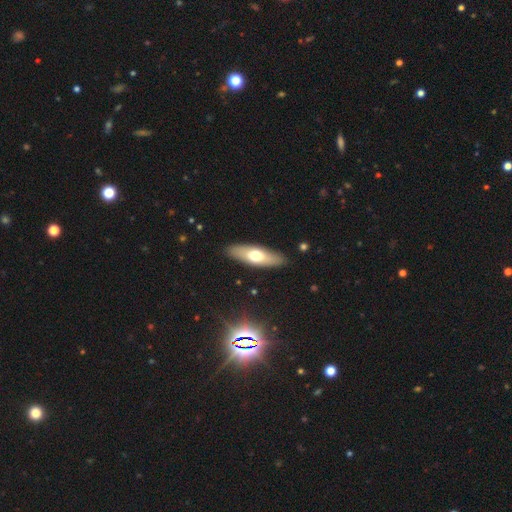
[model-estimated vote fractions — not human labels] smooth 59%, featured or disk 35%, star or artifact 6%. Down the decision tree: how rounded — in between (54%); merging — none (89%).